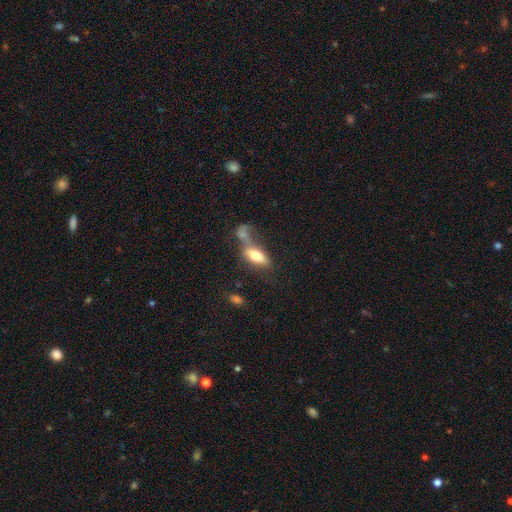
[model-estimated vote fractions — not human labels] A smooth galaxy with no disk features (69%) that is in between round and cigar-shaped (77%). Merging: merger (40%).